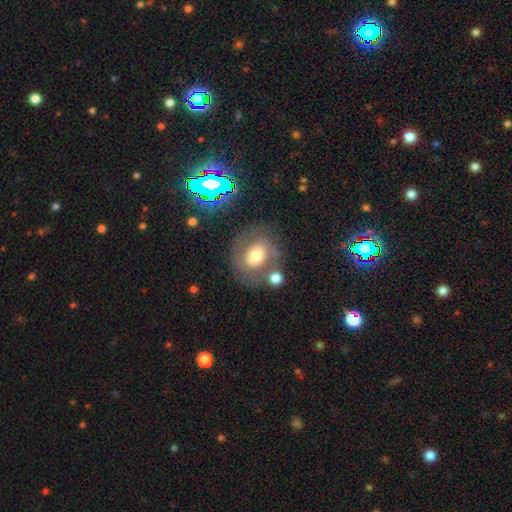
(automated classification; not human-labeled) Smooth or featured? Predicted: featured or disk (p=0.48). Merging? Predicted: none (p=0.62).